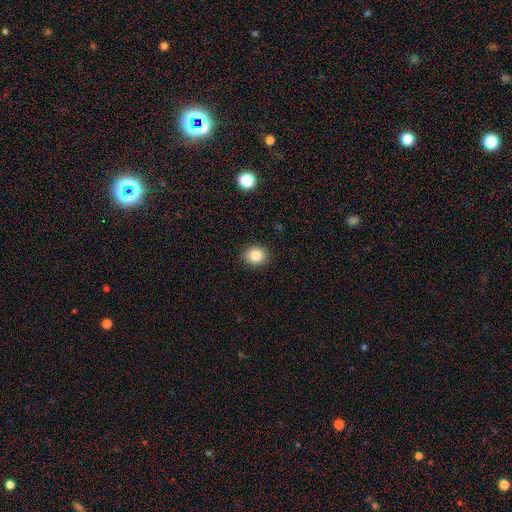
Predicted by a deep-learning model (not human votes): Q: Smooth or featured?
A: smooth (84%); runner-up: star or artifact (10%)
Q: How rounded?
A: round (77%); runner-up: in between (22%)
Q: Merging?
A: none (91%); runner-up: minor disturbance (6%)